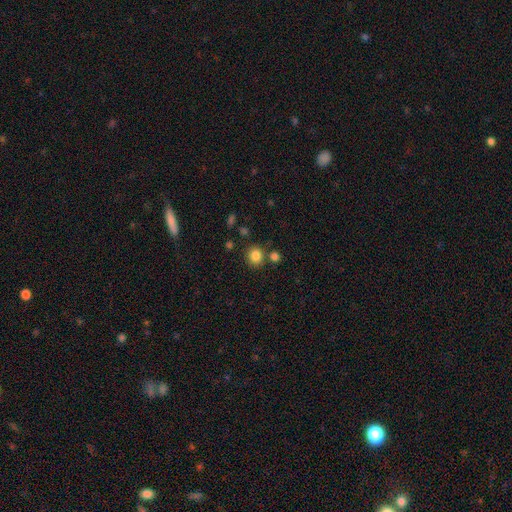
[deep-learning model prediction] Overall: smooth (84%). How rounded: round (81%). Merging: none (78%).